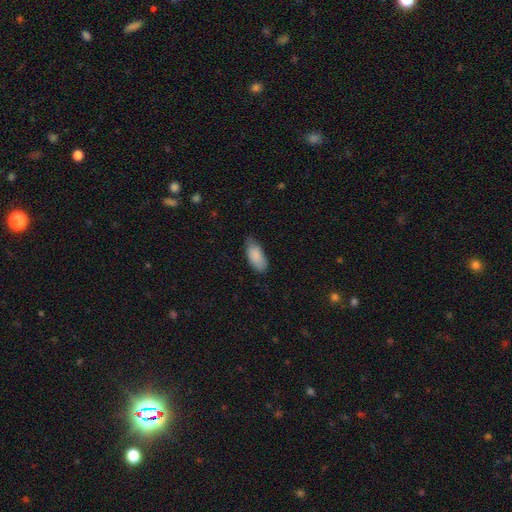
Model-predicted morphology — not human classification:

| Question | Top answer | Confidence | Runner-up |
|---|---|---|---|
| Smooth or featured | smooth | 87% | featured or disk (7%) |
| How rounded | in between | 89% | cigar-shaped (9%) |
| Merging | none | 67% | minor disturbance (27%) |